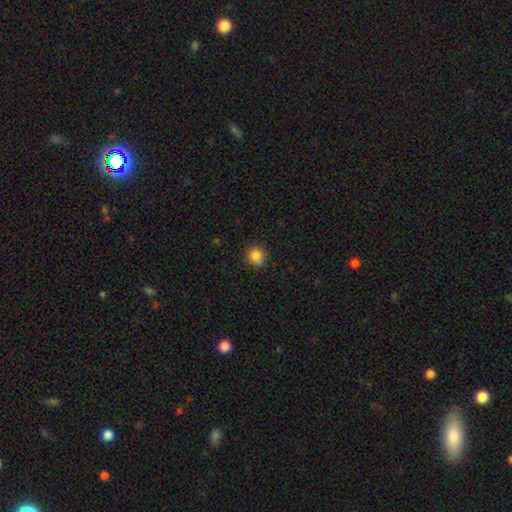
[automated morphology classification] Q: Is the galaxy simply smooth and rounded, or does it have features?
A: smooth — 85%.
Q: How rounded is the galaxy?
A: round — 83%.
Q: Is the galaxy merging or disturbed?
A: none — 81%.